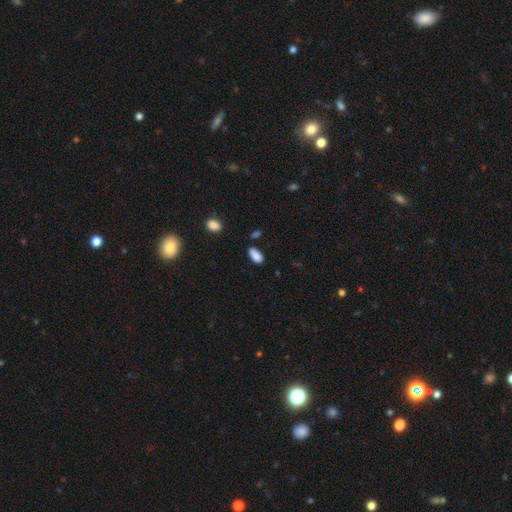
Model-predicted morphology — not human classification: smooth-or-featured: smooth: 86% | star or artifact: 9% | featured or disk: 5%
  how-rounded: in between: 91% | cigar-shaped: 6% | round: 3%
  merging: none: 68% | minor disturbance: 22% | merger: 5% | major disturbance: 5%